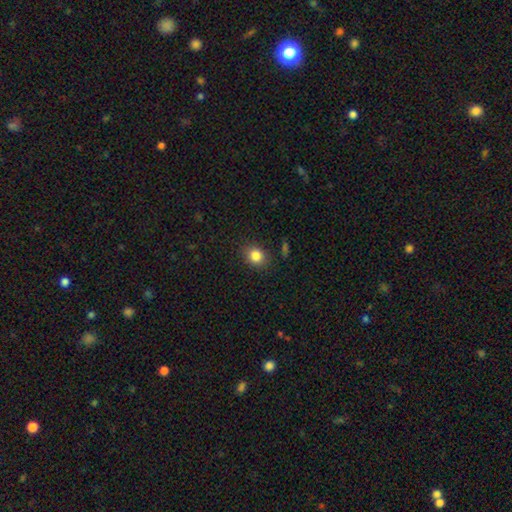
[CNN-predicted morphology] The model was most divided on "how rounded": round: 65%, in between: 34%, cigar-shaped: 1%. More confident: merging — none (86%); smooth or featured — smooth (84%).